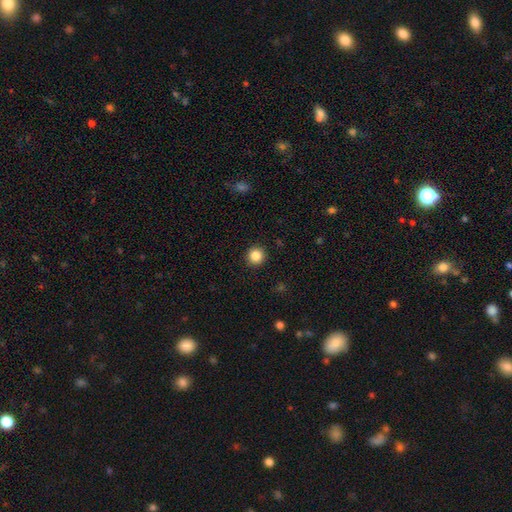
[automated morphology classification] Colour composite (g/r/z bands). It shows a smooth galaxy with no disk features (85%) that is round (95%). Merging: none (93%).